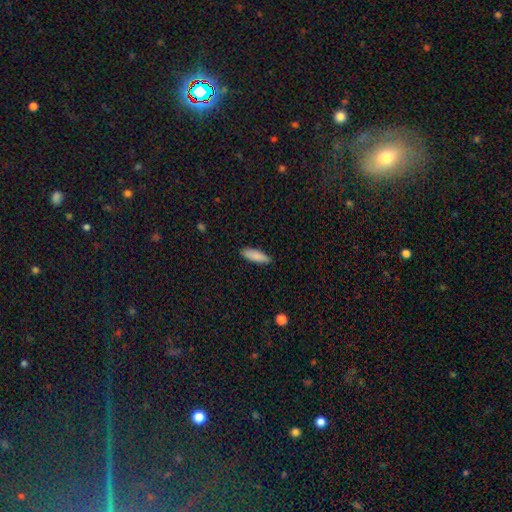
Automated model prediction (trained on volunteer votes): smooth_or_featured: smooth (p=0.87) [alt: featured or disk p=0.07]
how_rounded: in between (p=0.57) [alt: cigar-shaped p=0.41]
merging: none (p=0.86) [alt: minor disturbance p=0.11]